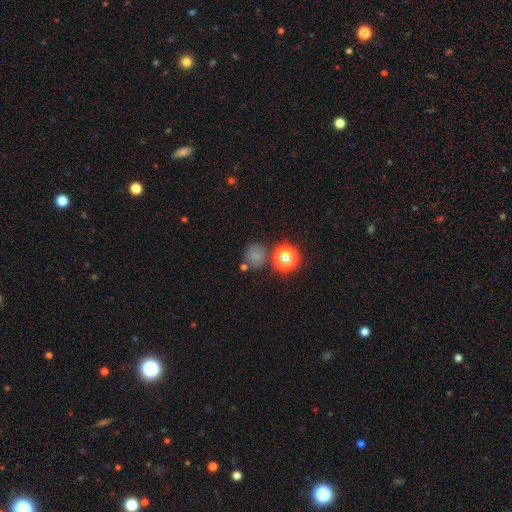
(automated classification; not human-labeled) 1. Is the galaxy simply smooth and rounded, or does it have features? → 69% smooth, 23% star or artifact, 8% featured or disk.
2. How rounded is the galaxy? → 82% round, 17% in between, 1% cigar-shaped.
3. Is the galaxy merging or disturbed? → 69% none, 14% merger, 12% minor disturbance, 5% major disturbance.